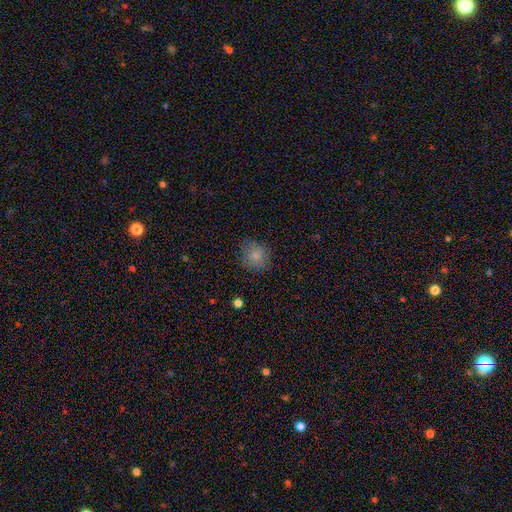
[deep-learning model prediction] smooth 82%, star or artifact 11%, featured or disk 8%. Down the decision tree: how rounded — round (80%); merging — none (78%).